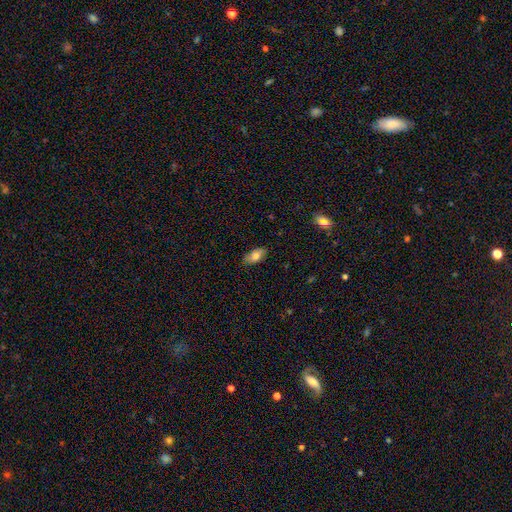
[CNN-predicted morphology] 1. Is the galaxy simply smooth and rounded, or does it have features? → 79% smooth, 14% featured or disk, 8% star or artifact.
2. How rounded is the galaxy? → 90% in between, 7% cigar-shaped, 4% round.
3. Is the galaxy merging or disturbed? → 81% none, 15% minor disturbance, 3% major disturbance, 1% merger.